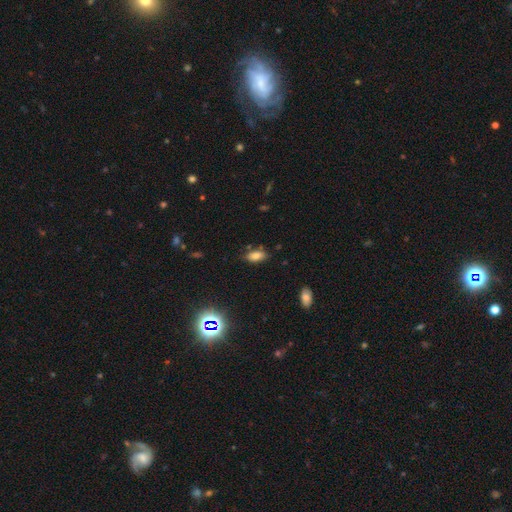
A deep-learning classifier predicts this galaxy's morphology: smooth-or-featured: smooth: 78% | star or artifact: 12% | featured or disk: 10%
  how-rounded: in between: 90% | cigar-shaped: 7% | round: 4%
  merging: none: 74% | minor disturbance: 18% | merger: 4% | major disturbance: 4%